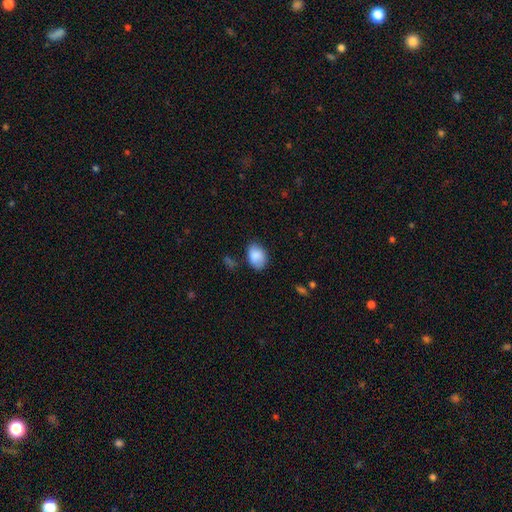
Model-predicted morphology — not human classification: A smooth galaxy with no disk features (86%) that is in between round and cigar-shaped (82%).

Vote fractions:
- Smooth or featured? smooth: 86% / featured or disk: 7% / star or artifact: 7%
- How rounded? in between: 82% / round: 17% / cigar-shaped: 1%
- Merging? none: 69% / minor disturbance: 23% / major disturbance: 5% / merger: 3%